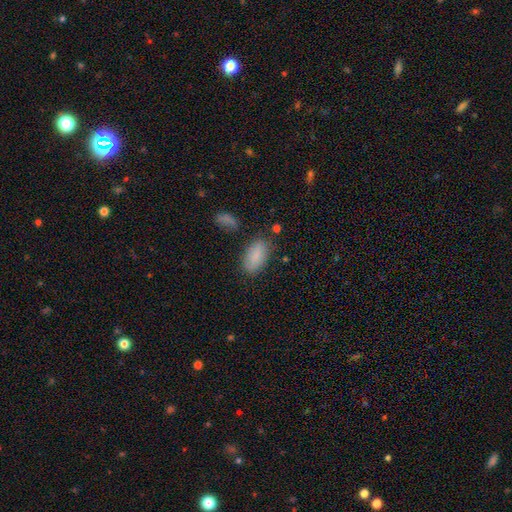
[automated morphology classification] Smooth or featured? Predicted: smooth (p=0.86). How rounded? Predicted: in between (p=0.93). Merging? Predicted: none (p=0.76).